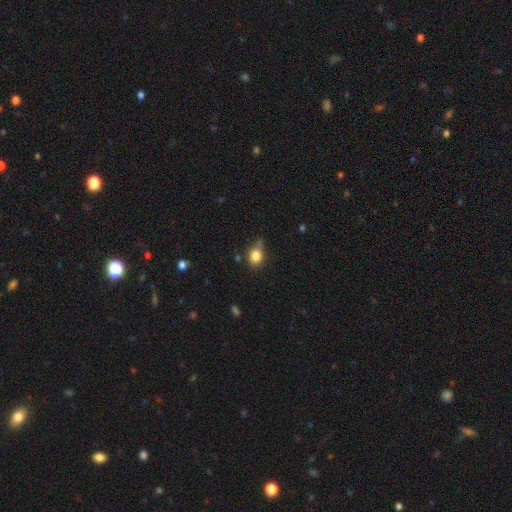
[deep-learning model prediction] A smooth galaxy with no disk features (82%) that is round (49%, tied with in between).

Vote fractions:
- Smooth or featured? smooth: 82% / star or artifact: 10% / featured or disk: 7%
- How rounded? round: 49% (tied) / in between: 49% (tied) / cigar-shaped: 1%
- Merging? none: 61% / minor disturbance: 26% / merger: 7% / major disturbance: 6%